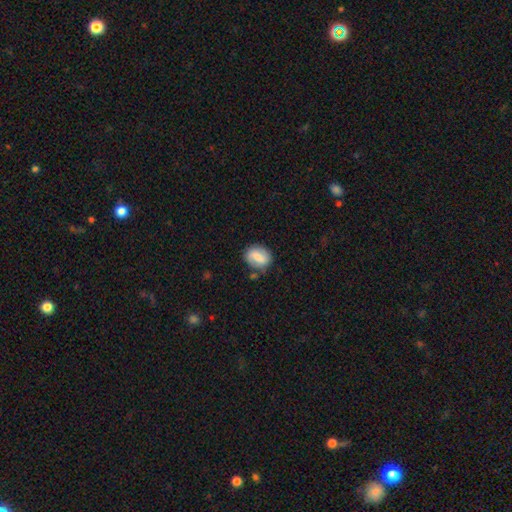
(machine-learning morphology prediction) Smooth or featured: smooth — 59% (featured or disk — 33%)
How rounded: in between — 50% (round — 49%)
Merging: none — 71% (minor disturbance — 19%)